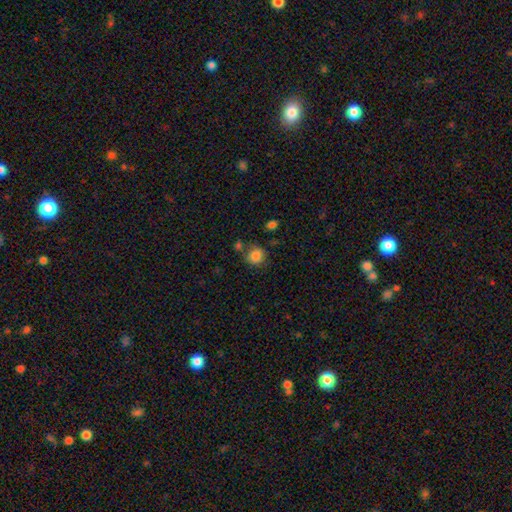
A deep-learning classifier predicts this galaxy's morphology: The model was most divided on "merging": none: 70%, minor disturbance: 15%, merger: 11%, major disturbance: 5%. More confident: how rounded — round (84%); smooth or featured — smooth (84%).